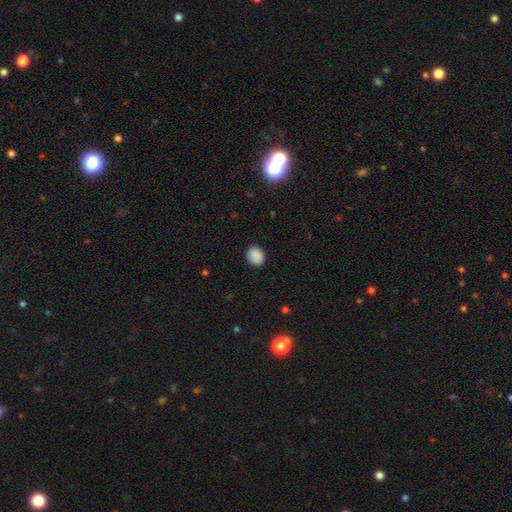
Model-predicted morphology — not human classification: Q: Smooth or featured?
A: smooth (89%); runner-up: star or artifact (8%)
Q: How rounded?
A: round (58%); runner-up: in between (41%)
Q: Merging?
A: none (89%); runner-up: minor disturbance (8%)